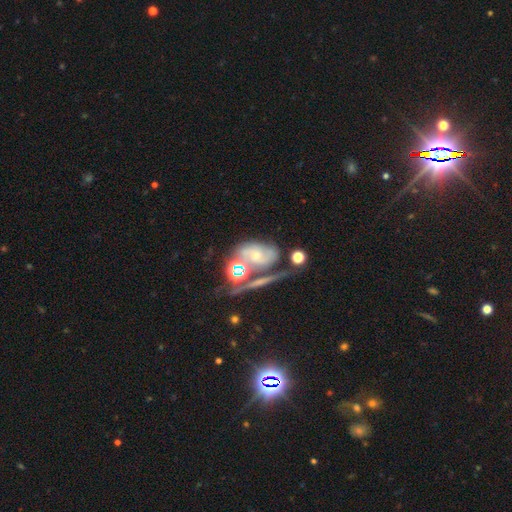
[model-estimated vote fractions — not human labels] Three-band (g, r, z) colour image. It shows a featured or disk galaxy (57%) with no bar (73%), spiral arms (77%) and a small central bulge (60%). Merging: none (39%).